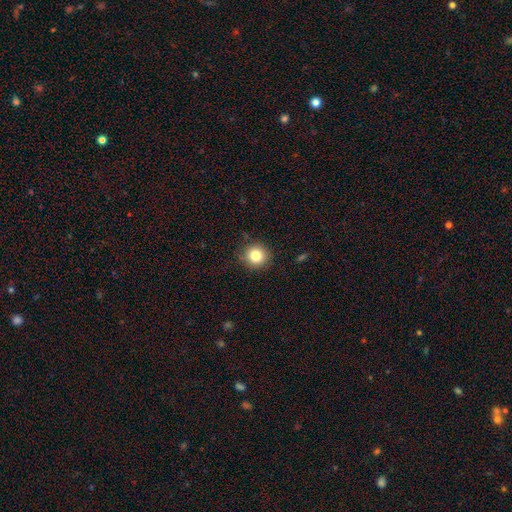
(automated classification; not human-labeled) Morphology: type=smooth (83%); roundness=round (92%); merging=none (88%).